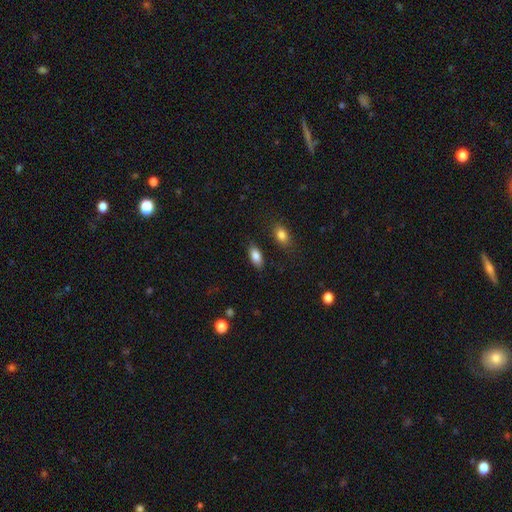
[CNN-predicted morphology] Smooth or featured: smooth — 85% (star or artifact — 8%)
How rounded: in between — 90% (cigar-shaped — 7%)
Merging: none — 84% (minor disturbance — 10%)